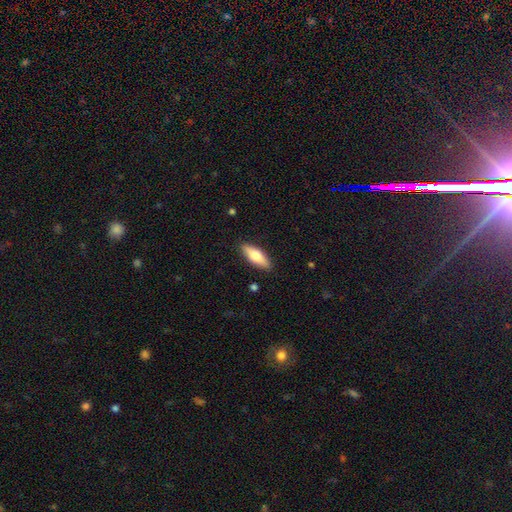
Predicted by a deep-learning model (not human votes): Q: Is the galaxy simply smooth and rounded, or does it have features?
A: smooth — 66%.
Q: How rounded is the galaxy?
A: in between — 61%.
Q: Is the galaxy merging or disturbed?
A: none — 88%.